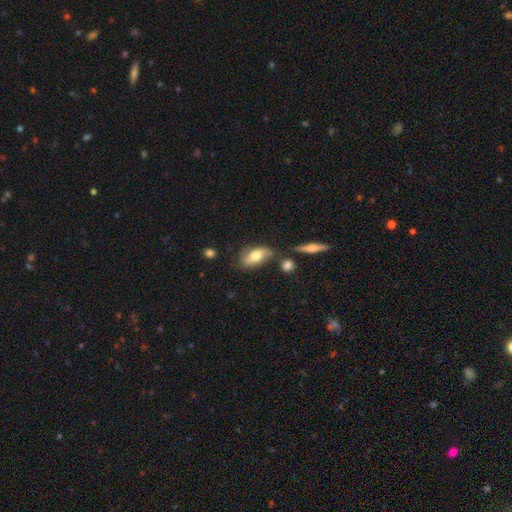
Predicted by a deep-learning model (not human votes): This appears to be a smooth galaxy with no disk features (71%) that is in between round and cigar-shaped (89%). Merging: none (58%).